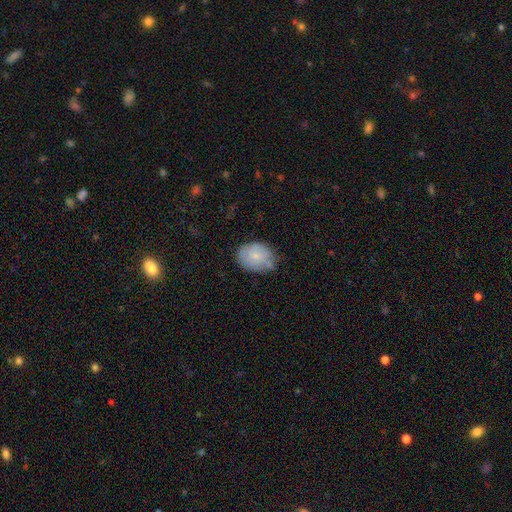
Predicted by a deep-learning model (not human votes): Q: Smooth or featured?
A: smooth (75%); runner-up: featured or disk (18%)
Q: How rounded?
A: in between (62%); runner-up: round (37%)
Q: Merging?
A: none (53%); runner-up: minor disturbance (35%)